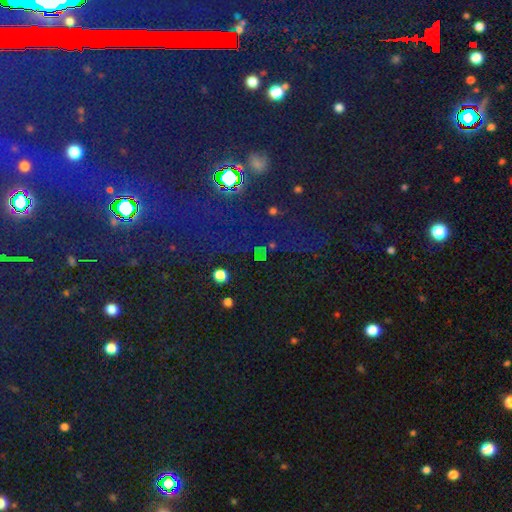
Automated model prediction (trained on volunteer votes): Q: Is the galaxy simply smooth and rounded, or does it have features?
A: star or artifact — 78%.